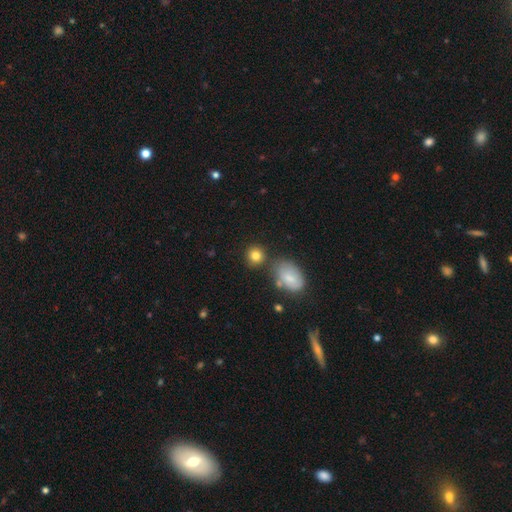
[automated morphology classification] type=smooth (83%); roundness=round (83%); merging=none (72%).